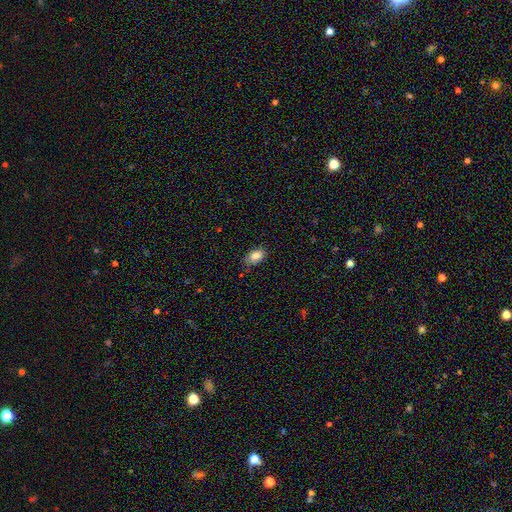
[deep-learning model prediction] Overall: smooth (85%). How rounded: in between (90%). Merging: none (80%).